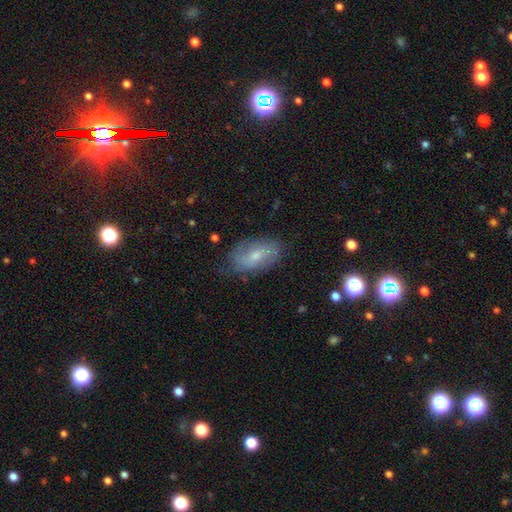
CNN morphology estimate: Smooth or featured? smooth (47%)
Merging? none (71%)